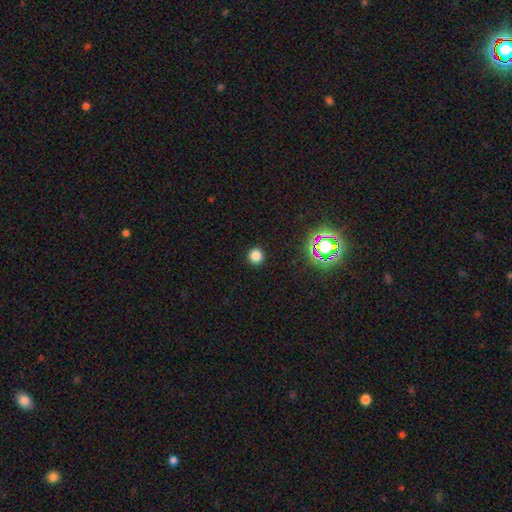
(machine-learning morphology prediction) Smooth or featured? Predicted: smooth (p=0.79). How rounded? Predicted: round (p=0.94). Merging? Predicted: none (p=0.92).